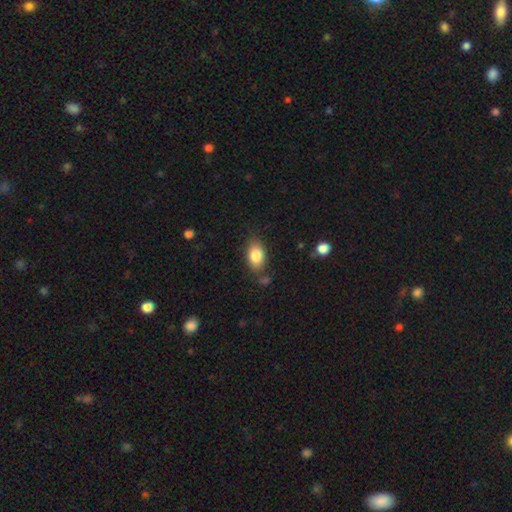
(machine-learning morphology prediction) type=smooth (85%); roundness=in between (89%); merging=none (73%).